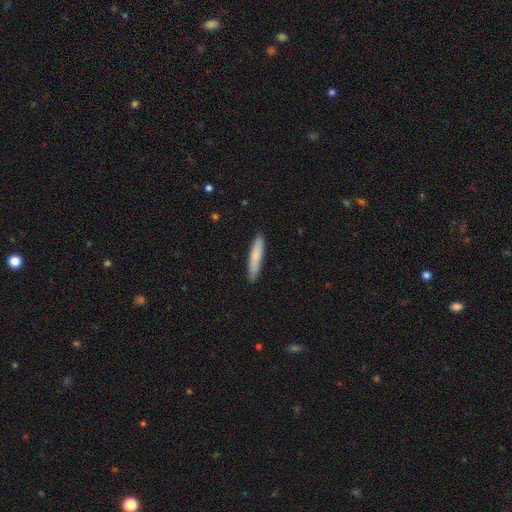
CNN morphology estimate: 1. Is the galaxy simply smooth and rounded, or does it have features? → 81% smooth, 13% featured or disk, 5% star or artifact.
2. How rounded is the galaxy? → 89% cigar-shaped, 10% in between, 1% round.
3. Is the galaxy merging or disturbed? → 88% none, 9% minor disturbance, 2% major disturbance, 1% merger.